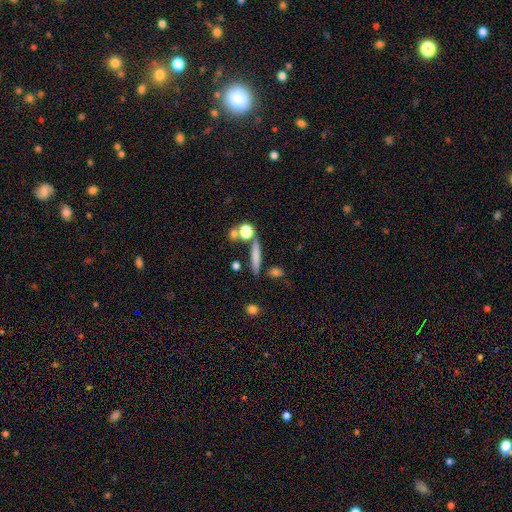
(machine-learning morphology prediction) Smooth or featured: smooth — 69% (featured or disk — 21%)
How rounded: cigar-shaped — 81% (in between — 11%)
Merging: none — 74% (merger — 11%)